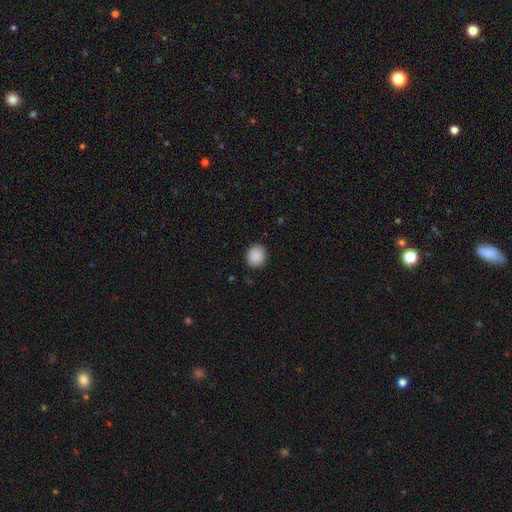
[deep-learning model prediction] smooth 89%, star or artifact 7%, featured or disk 3%. Down the decision tree: how rounded — round (74%); merging — none (86%).